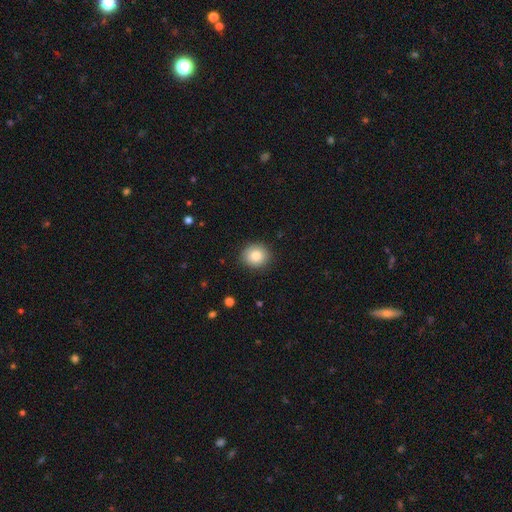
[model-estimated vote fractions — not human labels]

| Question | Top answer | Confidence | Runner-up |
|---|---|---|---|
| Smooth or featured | smooth | 84% | star or artifact (9%) |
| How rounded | round | 82% | in between (18%) |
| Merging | none | 88% | minor disturbance (9%) |